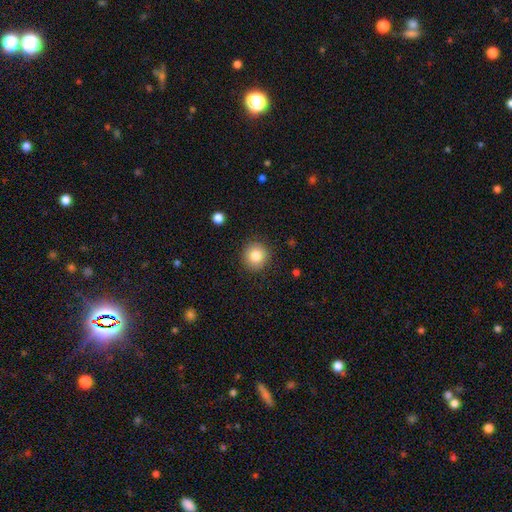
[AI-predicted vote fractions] Smooth or featured: smooth — 83% (star or artifact — 9%)
How rounded: round — 93% (in between — 6%)
Merging: none — 90% (minor disturbance — 7%)